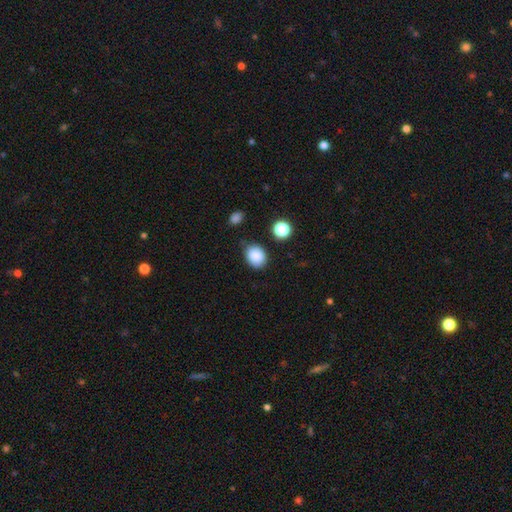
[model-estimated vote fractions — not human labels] A smooth galaxy with no disk features (86%) that is in between round and cigar-shaped (50%).

Vote fractions:
- Smooth or featured? smooth: 86% / star or artifact: 9% / featured or disk: 5%
- How rounded? in between: 50% / round: 49% / cigar-shaped: 1%
- Merging? none: 76% / minor disturbance: 17% / major disturbance: 4% / merger: 4%